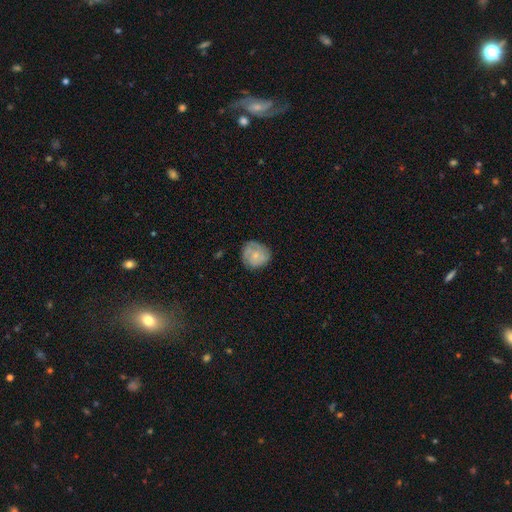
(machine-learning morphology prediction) This is possibly a smooth galaxy (50%). How rounded: clearly round (84%). Merging: likely none (75%).